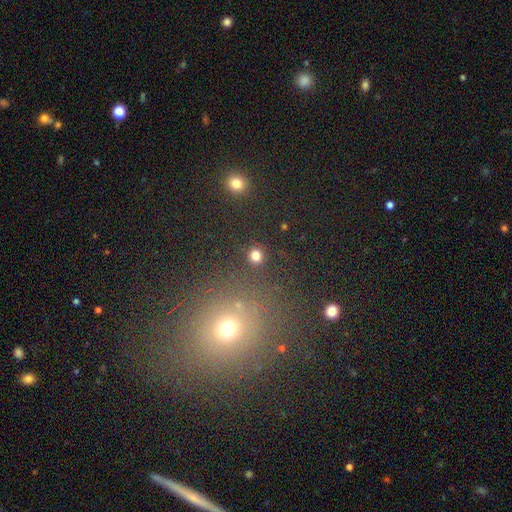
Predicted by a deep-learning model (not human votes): Smooth or featured? Predicted: smooth (p=0.82). How rounded? Predicted: round (p=0.89). Merging? Predicted: none (p=0.90).